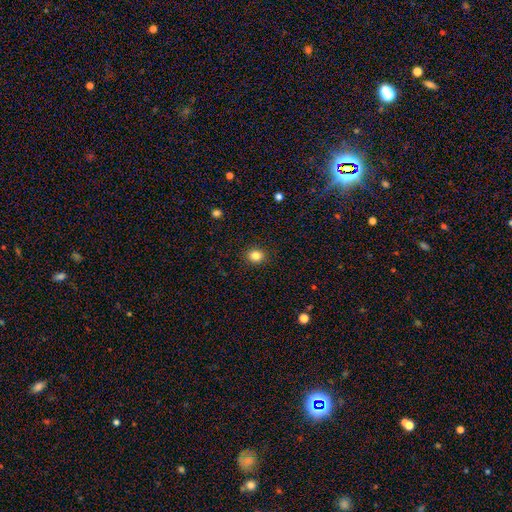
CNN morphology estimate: This is clearly a smooth galaxy (84%). How rounded: likely round (72%). Merging: clearly none (91%).